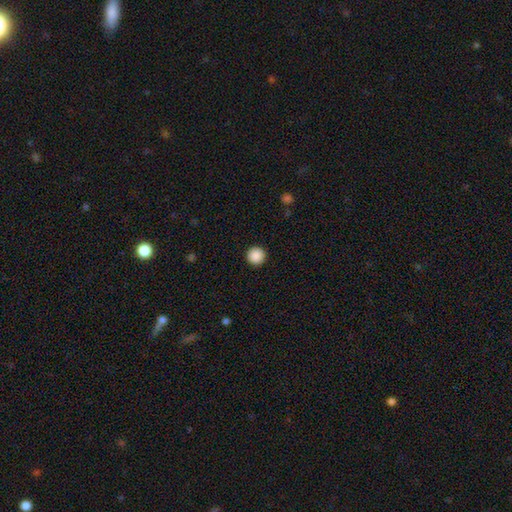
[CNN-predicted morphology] Q: Smooth or featured?
A: smooth (89%); runner-up: star or artifact (9%)
Q: How rounded?
A: round (96%); runner-up: in between (3%)
Q: Merging?
A: none (93%); runner-up: minor disturbance (4%)